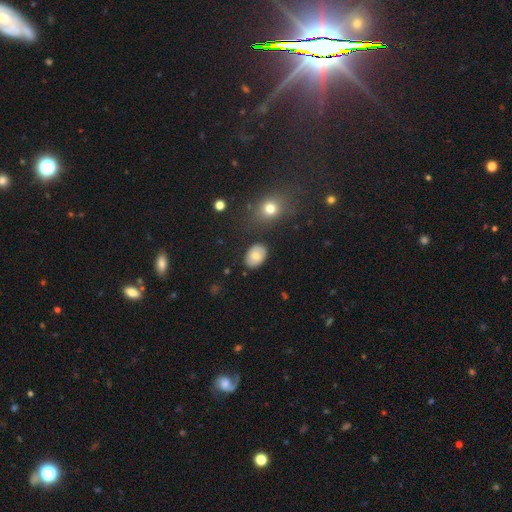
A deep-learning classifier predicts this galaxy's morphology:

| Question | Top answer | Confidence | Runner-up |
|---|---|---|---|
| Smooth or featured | smooth | 74% | featured or disk (17%) |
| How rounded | in between | 80% | round (18%) |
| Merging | none | 82% | minor disturbance (13%) |